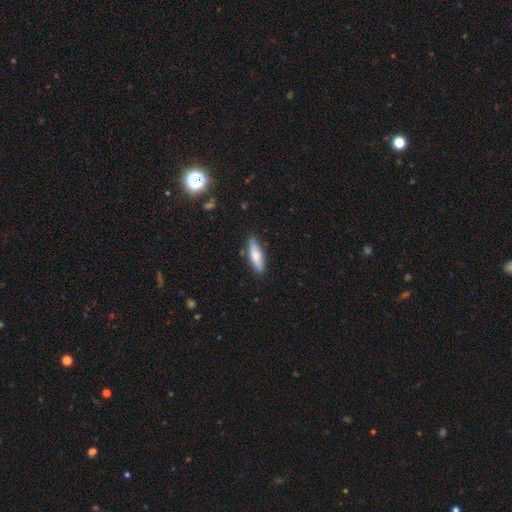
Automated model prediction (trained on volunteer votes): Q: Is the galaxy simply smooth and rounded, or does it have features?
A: smooth — 76%.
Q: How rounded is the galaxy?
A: cigar-shaped — 61%.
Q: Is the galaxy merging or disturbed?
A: none — 83%.